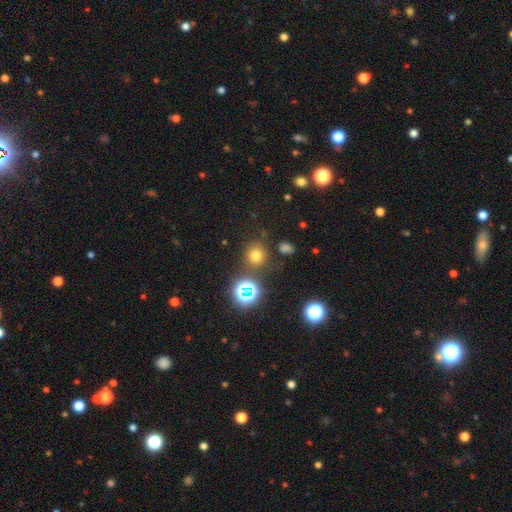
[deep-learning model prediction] smooth-or-featured: smooth: 67% | star or artifact: 26% | featured or disk: 8%
  how-rounded: round: 87% | in between: 12% | cigar-shaped: 1%
  merging: none: 77% | minor disturbance: 11% | merger: 8% | major disturbance: 5%